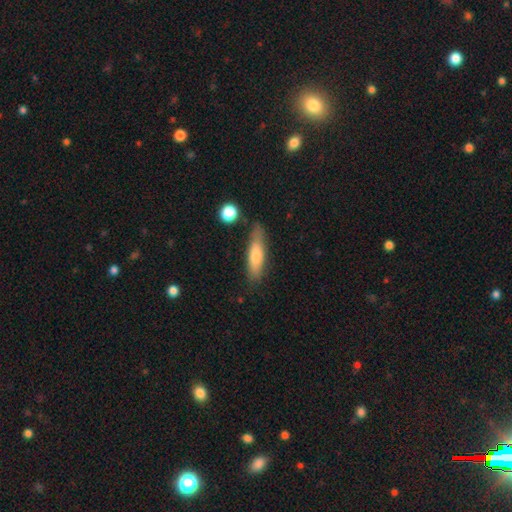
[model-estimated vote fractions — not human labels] The model was most divided on "how rounded": cigar-shaped: 68%, in between: 30%, round: 2%. More confident: merging — none (73%); smooth or featured — smooth (70%).